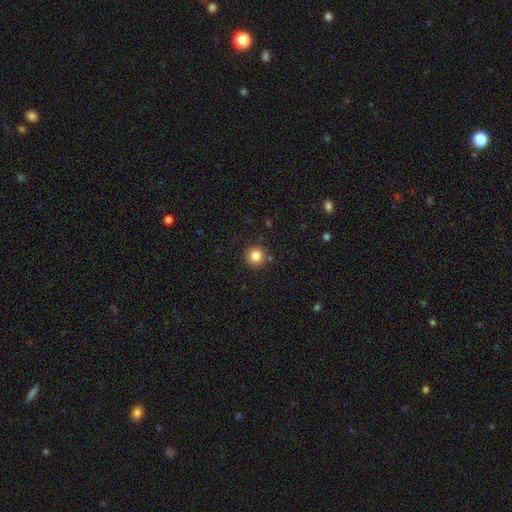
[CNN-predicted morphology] The model was most divided on "smooth or featured": smooth: 85%, star or artifact: 11%, featured or disk: 5%. More confident: how rounded — round (95%); merging — none (87%).